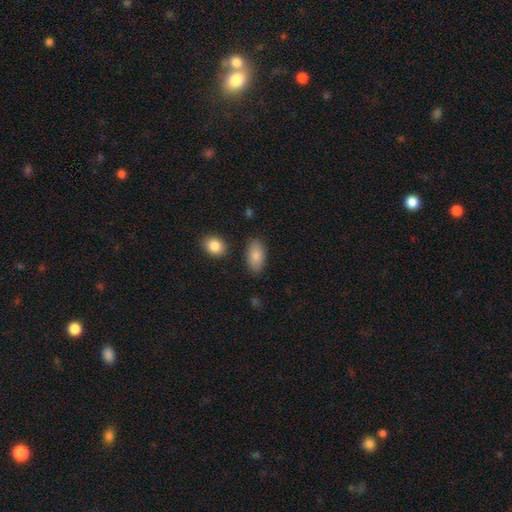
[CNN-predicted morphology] smooth 84%, featured or disk 9%, star or artifact 6%. Down the decision tree: how rounded — in between (94%); merging — none (83%).